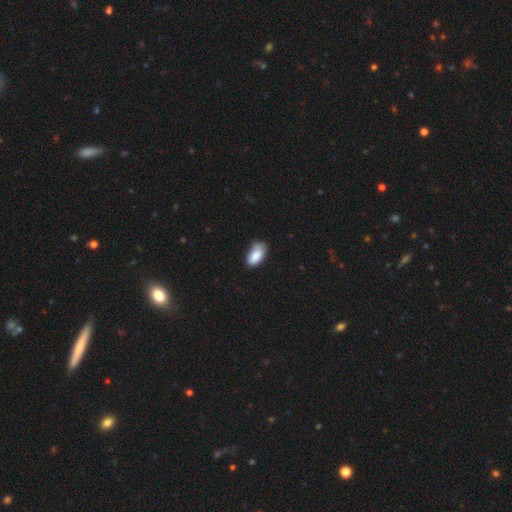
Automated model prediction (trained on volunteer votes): Smooth or featured: smooth — 85% (featured or disk — 8%)
How rounded: in between — 93% (cigar-shaped — 3%)
Merging: none — 55% (minor disturbance — 35%)